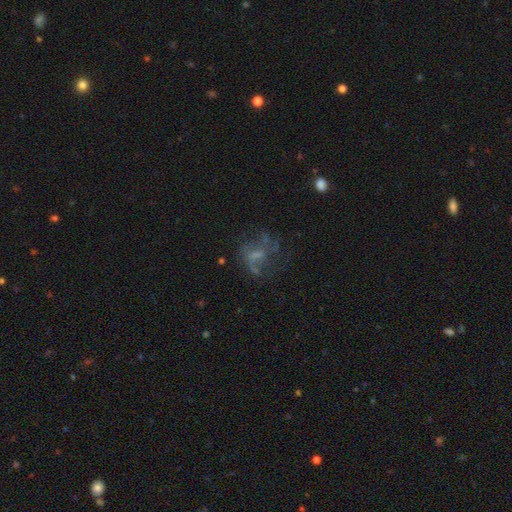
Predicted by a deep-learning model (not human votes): Q: Smooth or featured?
A: featured or disk (62%); runner-up: smooth (21%)
Q: Edge-on disk?
A: no (97%); runner-up: yes (3%)
Q: Bar?
A: no (46%); runner-up: weak (43%)
Q: Spiral arms?
A: yes (65%); runner-up: no (35%)
Q: Bulge size?
A: none (42%); runner-up: small (30%)
Q: Merging?
A: none (44%); runner-up: major disturbance (34%)